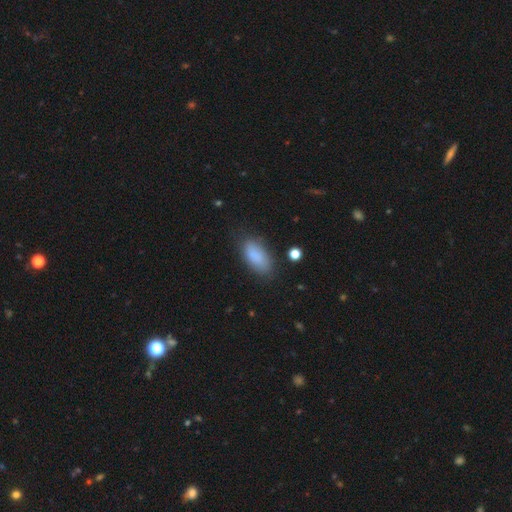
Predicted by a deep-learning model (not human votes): This appears to be a smooth galaxy with no disk features (85%) that is in between round and cigar-shaped (89%). Merging: none (76%).